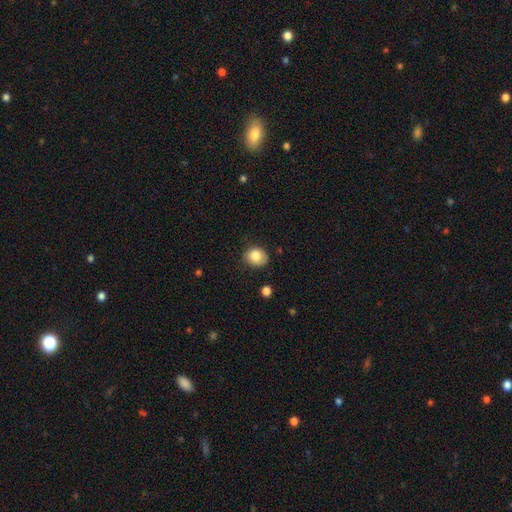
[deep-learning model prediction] smooth 83%, star or artifact 9%, featured or disk 8%. Down the decision tree: how rounded — round (60%); merging — none (74%).